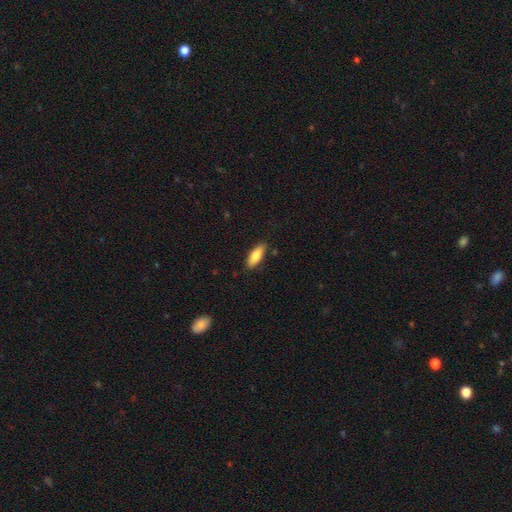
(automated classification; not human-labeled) This appears to be a smooth galaxy with no disk features (79%) that is in between round and cigar-shaped (67%). Merging: none (82%).